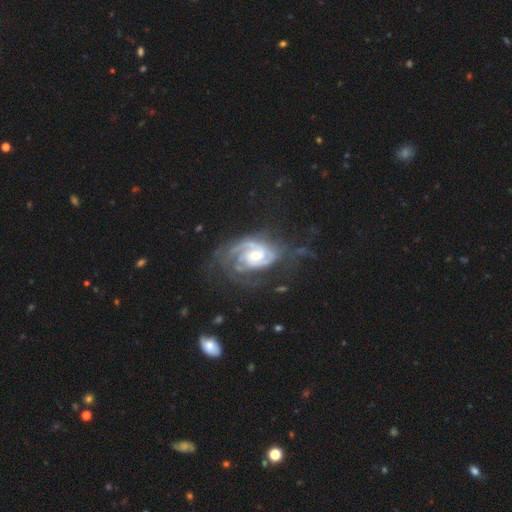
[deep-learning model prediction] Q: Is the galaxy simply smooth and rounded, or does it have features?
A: featured or disk — 89%.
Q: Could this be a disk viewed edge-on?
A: no — 97%.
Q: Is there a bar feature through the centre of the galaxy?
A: no — 57%.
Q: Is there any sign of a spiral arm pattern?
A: yes — 97%.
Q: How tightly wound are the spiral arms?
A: tight — 58%.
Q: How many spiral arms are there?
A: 2 — 36%.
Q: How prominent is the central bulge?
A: moderate — 55%.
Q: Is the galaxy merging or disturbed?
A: none — 51%.